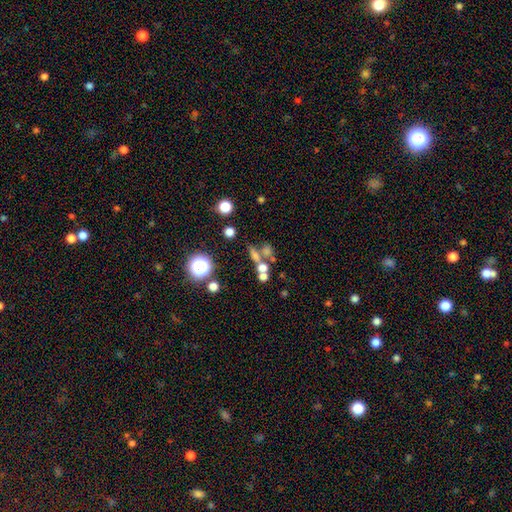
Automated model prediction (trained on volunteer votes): smooth 55%, star or artifact 24%, featured or disk 21%. Down the decision tree: how rounded — round (49%); merging — none (46%).